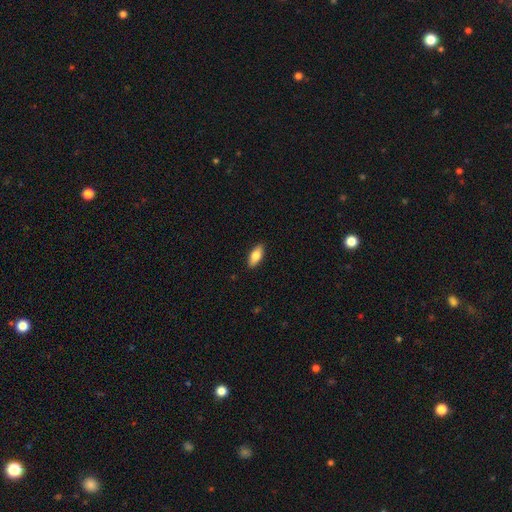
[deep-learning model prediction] This is likely a smooth galaxy (77%). How rounded: clearly in between (80%). Merging: clearly none (89%).